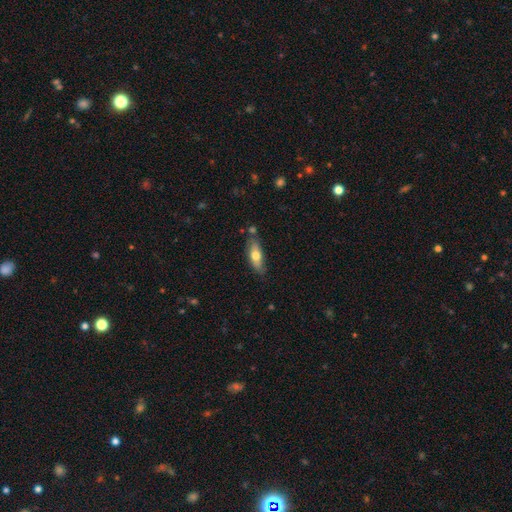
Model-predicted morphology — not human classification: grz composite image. It shows a smooth galaxy with no disk features (64%) that is in between round and cigar-shaped (65%). Merging: none (69%).